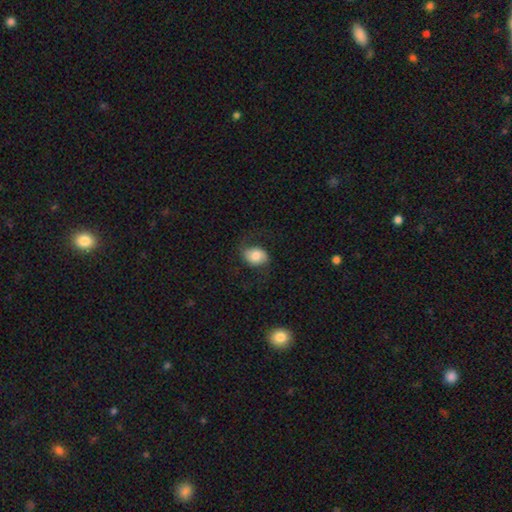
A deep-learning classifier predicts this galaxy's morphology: Smooth or featured?
  - smooth: 65% *
  - featured or disk: 28%
  - star or artifact: 8%
How rounded?
  - in between: 69% *
  - round: 30%
  - cigar-shaped: 1%
Merging?
  - none: 67% *
  - minor disturbance: 19%
  - major disturbance: 13%
  - merger: 1%